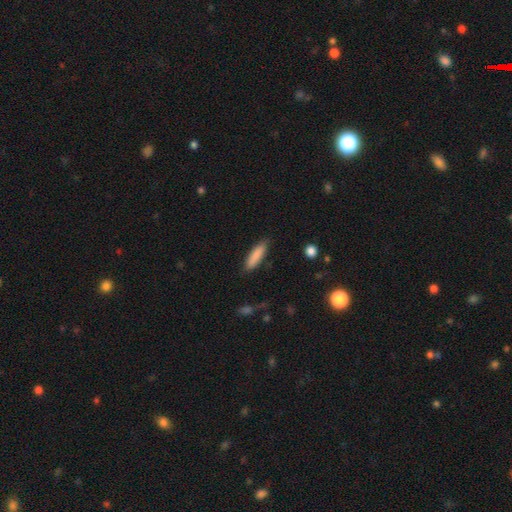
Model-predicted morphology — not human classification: smooth 85%, featured or disk 9%, star or artifact 6%. Down the decision tree: how rounded — cigar-shaped (70%); merging — none (82%).